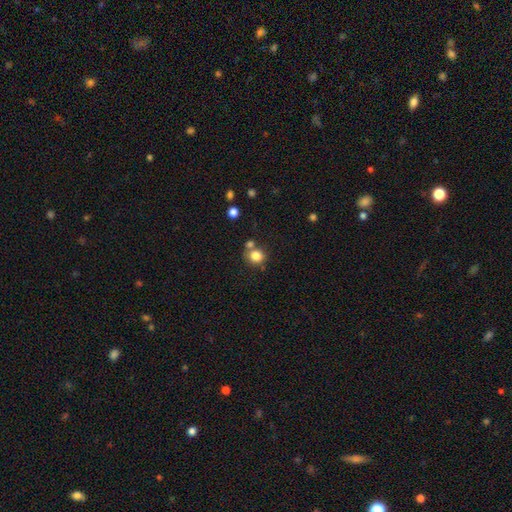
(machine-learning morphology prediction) Smooth or featured? Predicted: smooth (p=0.82). How rounded? Predicted: round (p=0.85). Merging? Predicted: none (p=0.64).